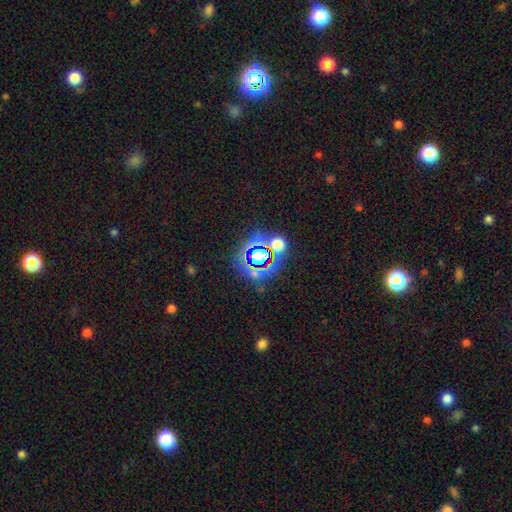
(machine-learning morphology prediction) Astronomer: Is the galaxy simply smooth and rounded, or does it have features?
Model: star or artifact — 58%.